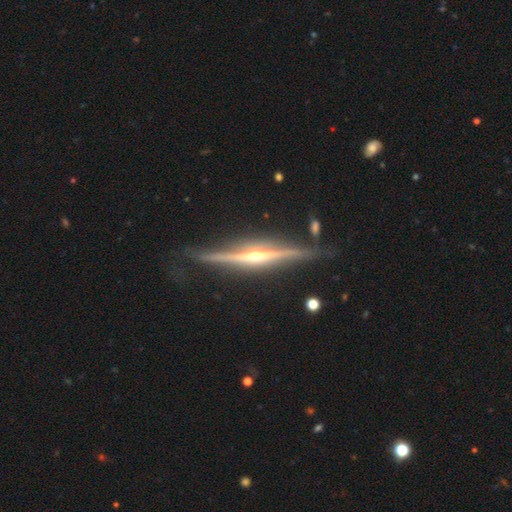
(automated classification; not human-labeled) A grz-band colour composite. It shows a featured or disk galaxy (90%) viewed edge-on (98%) with a rounded central bulge (87%). Merging: none (82%).